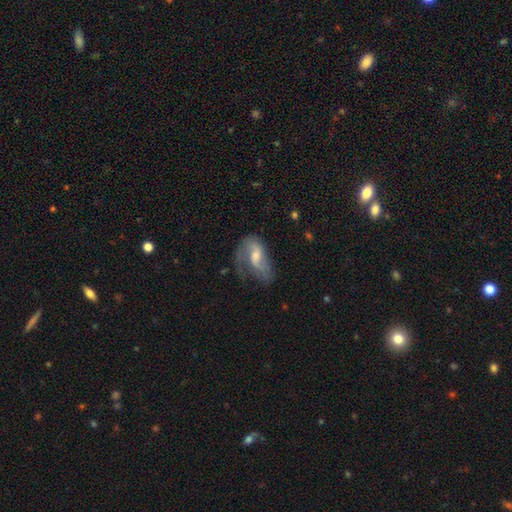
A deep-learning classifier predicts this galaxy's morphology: Smooth or featured? featured or disk (62%)
Edge-on disk? no (94%)
Bar? weak (46%)
Spiral arms? yes (76%)
Bulge size? moderate (52%)
Merging? none (36%)